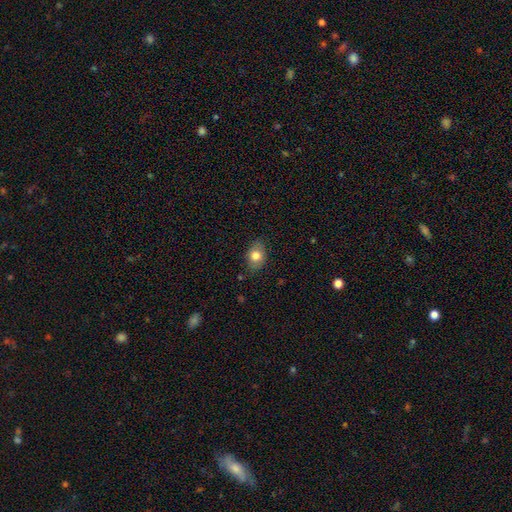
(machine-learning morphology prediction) Smooth or featured: smooth — 77% (featured or disk — 15%)
How rounded: in between — 76% (round — 22%)
Merging: none — 78% (minor disturbance — 17%)